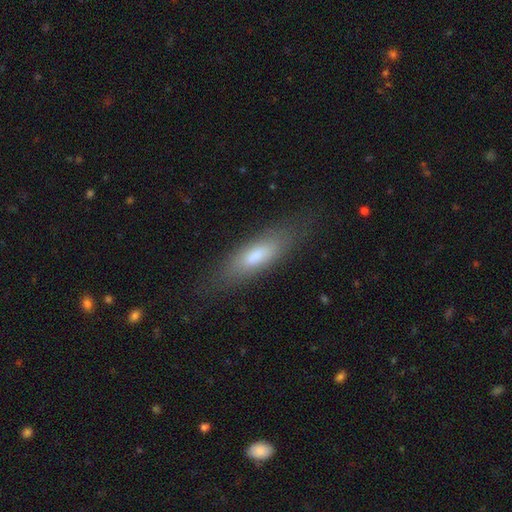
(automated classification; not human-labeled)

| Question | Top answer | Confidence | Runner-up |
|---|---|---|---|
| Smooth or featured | smooth | 70% | featured or disk (22%) |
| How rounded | cigar-shaped | 52% | in between (46%) |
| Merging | none | 80% | minor disturbance (14%) |